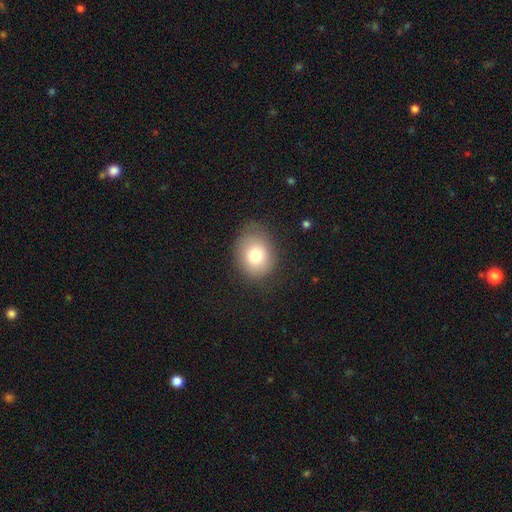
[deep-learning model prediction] Smooth or featured: smooth — 78% (featured or disk — 12%)
How rounded: round — 56% (in between — 43%)
Merging: none — 75% (minor disturbance — 18%)